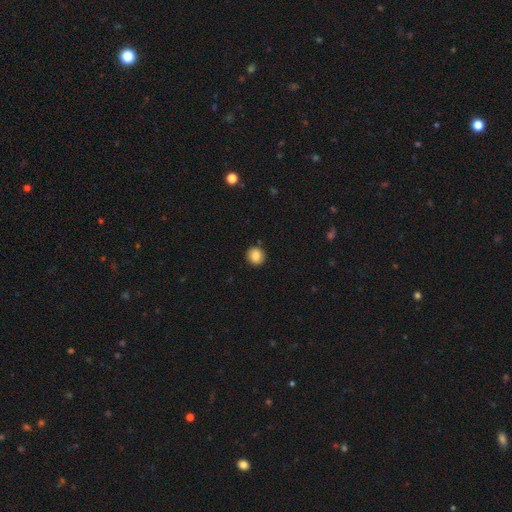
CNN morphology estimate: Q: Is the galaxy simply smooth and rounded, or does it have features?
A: smooth — 85%.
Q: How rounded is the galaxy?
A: round — 90%.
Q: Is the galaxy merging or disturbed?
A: none — 90%.